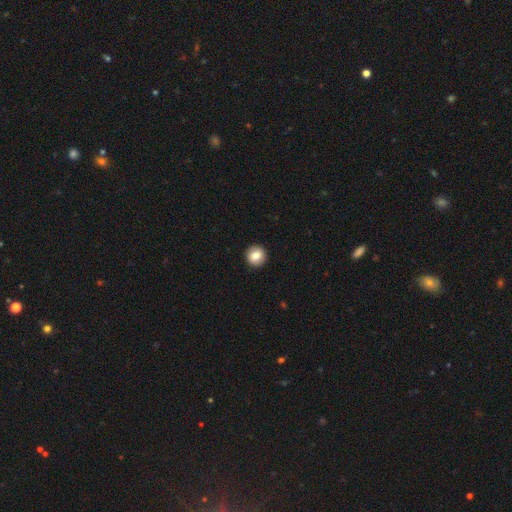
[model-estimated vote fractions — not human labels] Morphology: type=smooth (82%); roundness=round (93%); merging=none (93%).